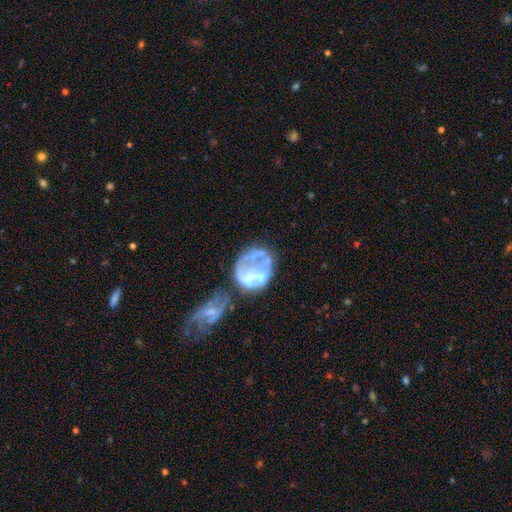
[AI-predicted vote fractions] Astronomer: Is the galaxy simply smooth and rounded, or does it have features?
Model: featured or disk — 58%.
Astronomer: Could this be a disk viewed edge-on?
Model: no — 98%.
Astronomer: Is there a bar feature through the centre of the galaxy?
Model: no — 75%.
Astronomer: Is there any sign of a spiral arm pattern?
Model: no — 80%.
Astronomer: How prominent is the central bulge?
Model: none — 62%.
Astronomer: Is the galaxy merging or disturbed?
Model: major disturbance — 33% (runner-up: merger, 28%).